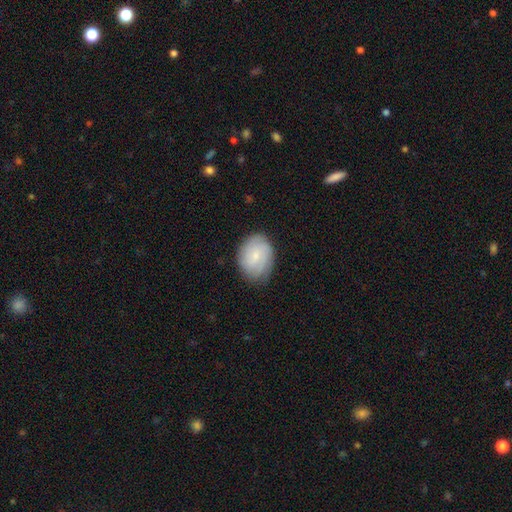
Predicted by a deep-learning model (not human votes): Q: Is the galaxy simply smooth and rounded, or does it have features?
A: smooth — 54%.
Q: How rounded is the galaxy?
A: in between — 69%.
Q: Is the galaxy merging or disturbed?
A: none — 73%.